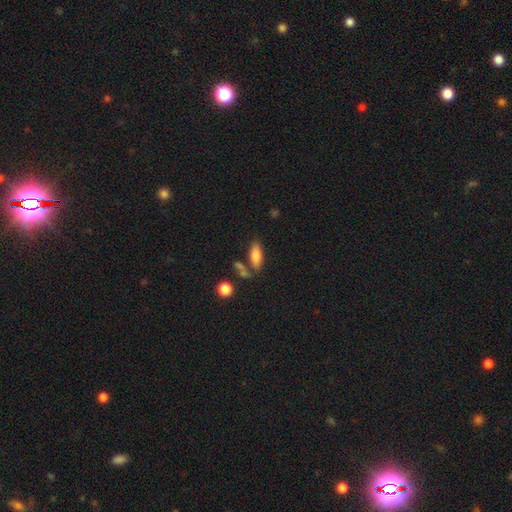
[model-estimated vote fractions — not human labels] This appears to be a smooth galaxy with no disk features (76%) that is in between round and cigar-shaped (71%). Merging: none (65%).